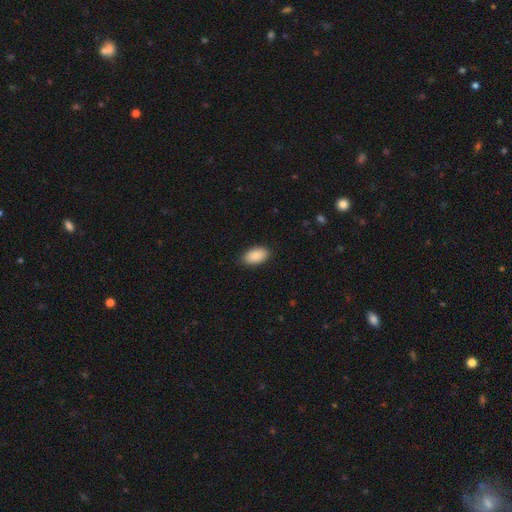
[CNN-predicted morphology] A smooth galaxy with no disk features (91%) that is in between round and cigar-shaped (95%). Merging: none (87%).